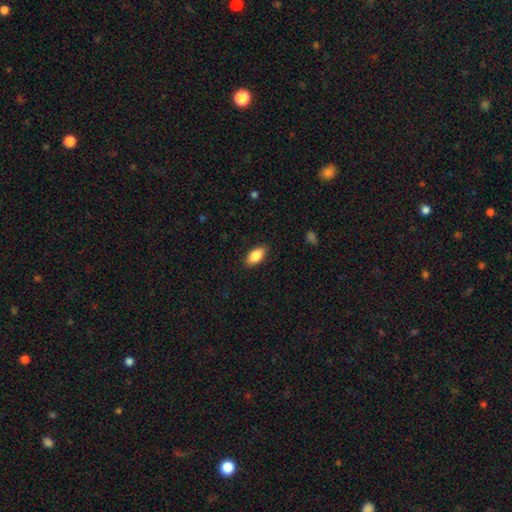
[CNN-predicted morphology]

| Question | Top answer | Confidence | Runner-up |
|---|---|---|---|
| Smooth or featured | smooth | 86% | featured or disk (7%) |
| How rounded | in between | 92% | cigar-shaped (5%) |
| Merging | none | 88% | minor disturbance (9%) |